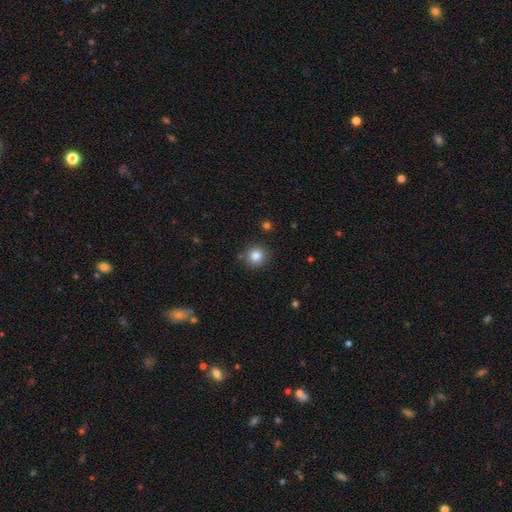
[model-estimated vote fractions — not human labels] Overall: smooth (84%). How rounded: round (91%). Merging: none (86%).